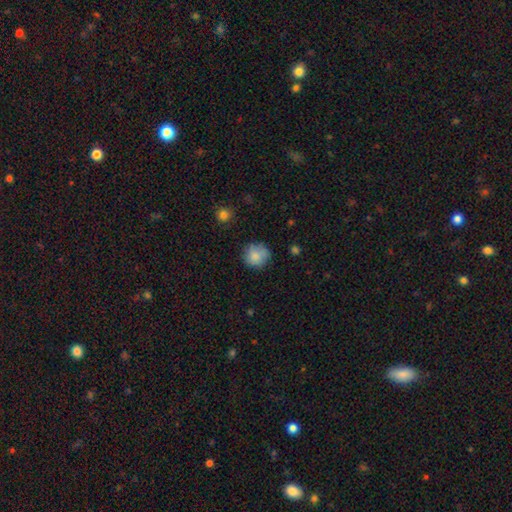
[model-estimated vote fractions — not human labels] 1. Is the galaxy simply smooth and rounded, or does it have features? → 82% smooth, 9% featured or disk, 8% star or artifact.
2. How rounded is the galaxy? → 89% round, 10% in between, 1% cigar-shaped.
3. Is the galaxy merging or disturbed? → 74% none, 19% minor disturbance, 5% major disturbance, 2% merger.